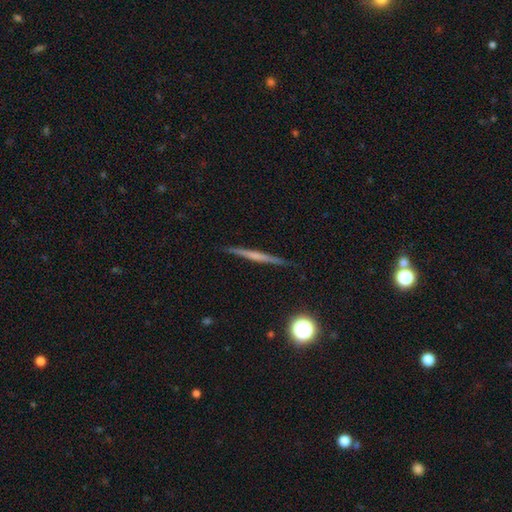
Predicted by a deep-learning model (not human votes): smooth_or_featured: featured or disk (p=0.59) [alt: smooth p=0.32]
disk_edge_on: yes (p=0.98) [alt: no p=0.02]
edge_on_bulge: none (p=0.58) [alt: rounded p=0.30]
merging: none (p=0.90) [alt: minor disturbance p=0.07]